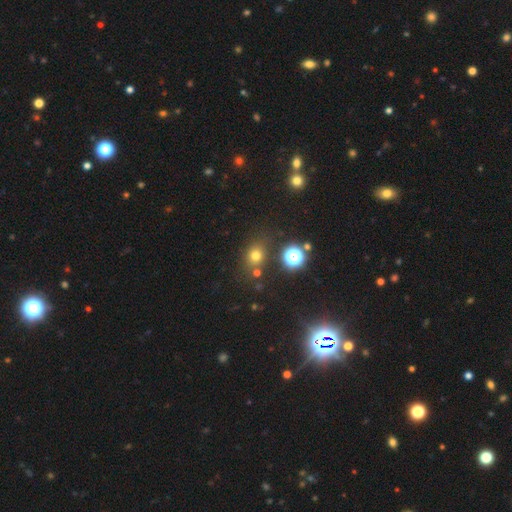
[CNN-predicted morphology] Overall: smooth (68%). How rounded: round (69%). Merging: none (77%).